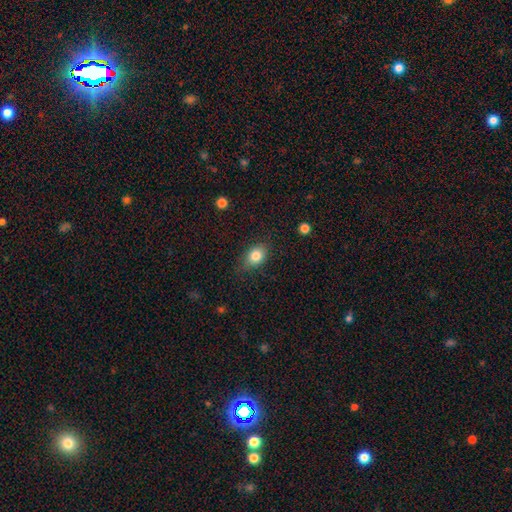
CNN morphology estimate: Q: Smooth or featured?
A: smooth (81%); runner-up: featured or disk (9%)
Q: How rounded?
A: in between (68%); runner-up: round (30%)
Q: Merging?
A: none (76%); runner-up: minor disturbance (19%)